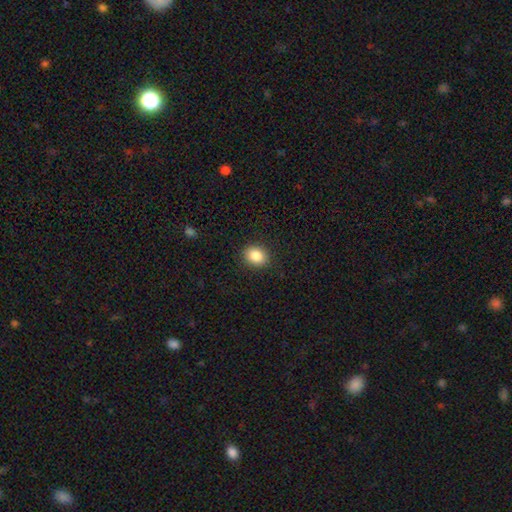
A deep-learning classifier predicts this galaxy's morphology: Smooth or featured? Predicted: smooth (p=0.87). How rounded? Predicted: round (p=0.55). Merging? Predicted: none (p=0.89).